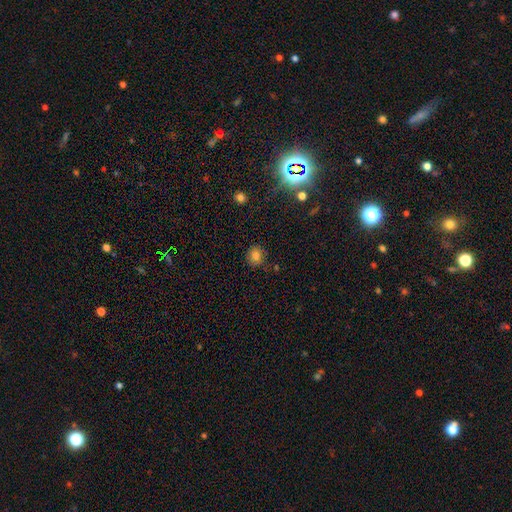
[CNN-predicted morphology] Q: Smooth or featured?
A: smooth (80%); runner-up: star or artifact (13%)
Q: How rounded?
A: round (78%); runner-up: in between (21%)
Q: Merging?
A: none (84%); runner-up: minor disturbance (11%)